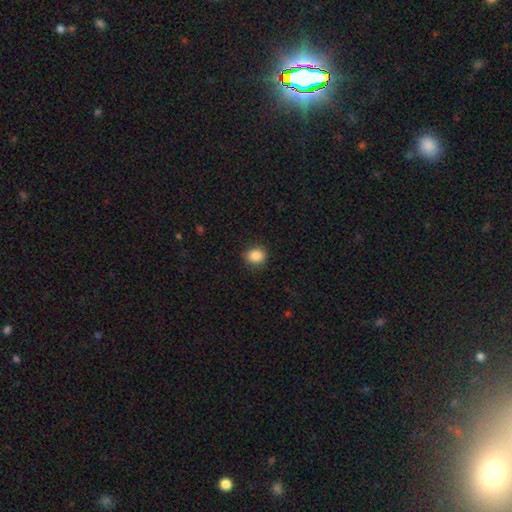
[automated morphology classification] Smooth or featured? smooth (87%)
How rounded? round (72%)
Merging? none (86%)